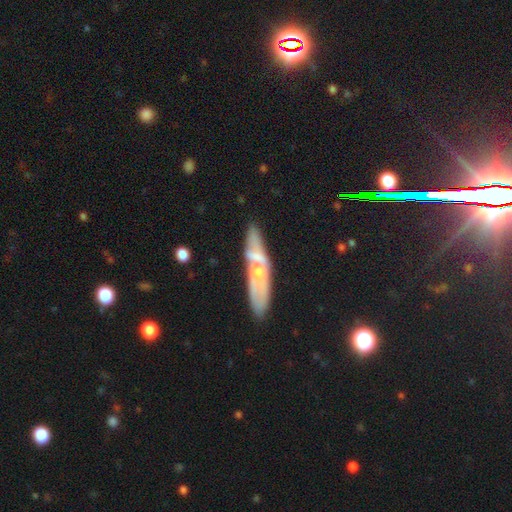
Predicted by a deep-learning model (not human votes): featured or disk 50%, smooth 43%, star or artifact 7%. Down the decision tree: merging — merger (37%).